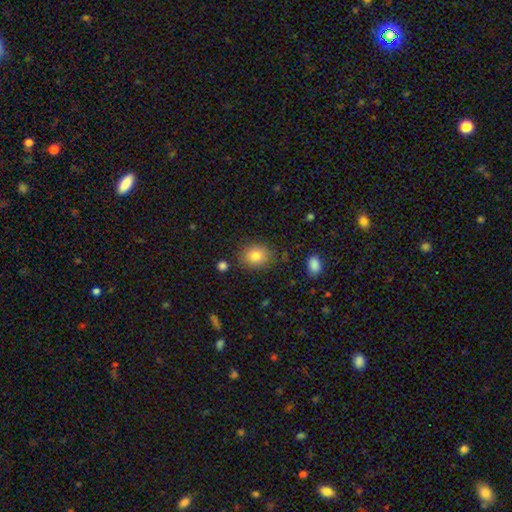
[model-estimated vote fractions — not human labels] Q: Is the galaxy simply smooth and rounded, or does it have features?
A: smooth — 82%.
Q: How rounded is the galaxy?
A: round — 53%.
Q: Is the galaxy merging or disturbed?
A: none — 83%.